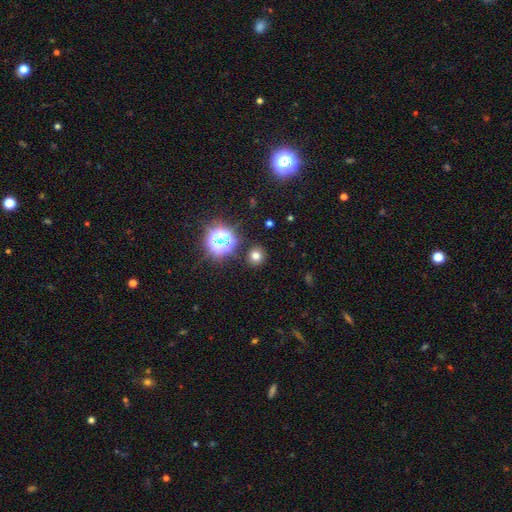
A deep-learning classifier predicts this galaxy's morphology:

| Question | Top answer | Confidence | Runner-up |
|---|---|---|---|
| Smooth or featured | smooth | 69% | star or artifact (24%) |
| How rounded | round | 88% | in between (11%) |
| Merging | none | 89% | minor disturbance (6%) |